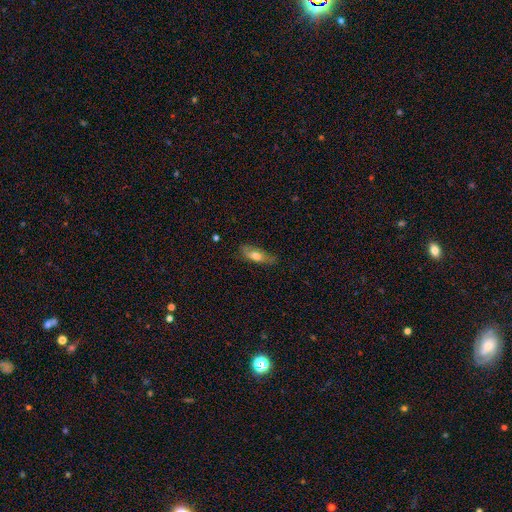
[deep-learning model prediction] This is likely a smooth galaxy (67%). How rounded: likely in between (63%). Merging: likely none (69%).